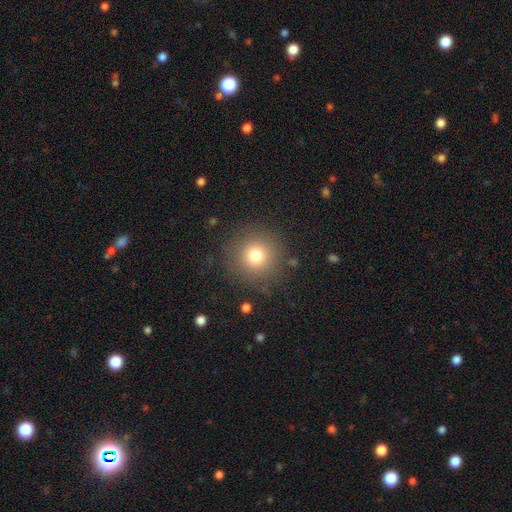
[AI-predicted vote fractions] The model was most divided on "smooth or featured": smooth: 76%, star or artifact: 14%, featured or disk: 10%. More confident: how rounded — round (95%); merging — none (86%).